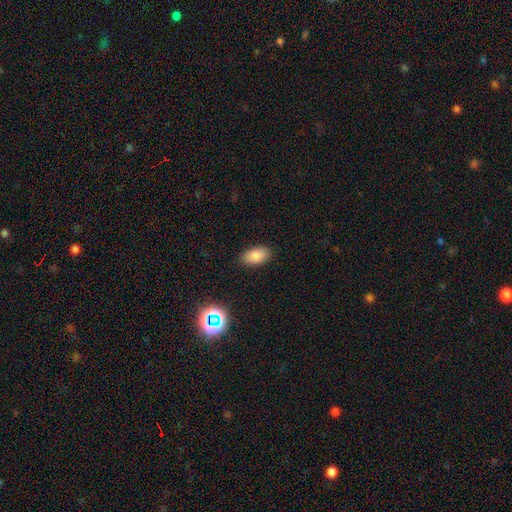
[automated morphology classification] This appears to be a smooth galaxy with no disk features (84%) that is in between round and cigar-shaped (93%). Merging: none (88%).